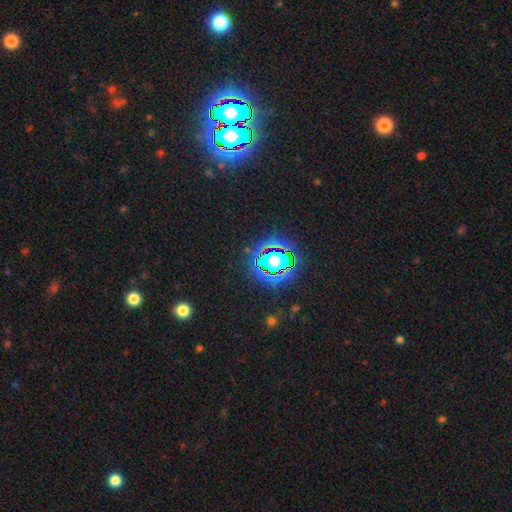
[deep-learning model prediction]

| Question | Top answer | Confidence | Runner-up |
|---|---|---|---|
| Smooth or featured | star or artifact | 82% | smooth (11%) |